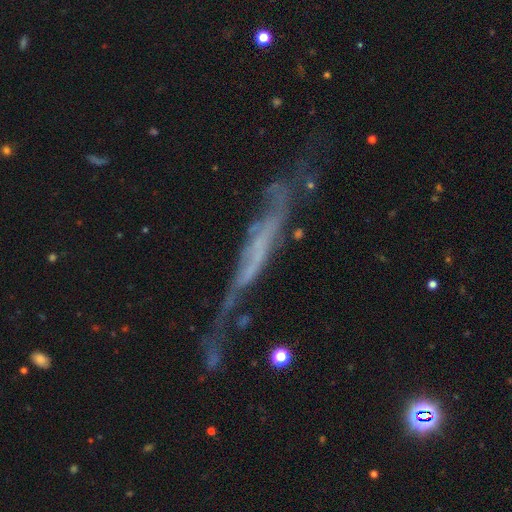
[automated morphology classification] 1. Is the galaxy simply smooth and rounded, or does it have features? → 71% featured or disk, 17% smooth, 12% star or artifact.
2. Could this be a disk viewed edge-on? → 61% yes, 39% no.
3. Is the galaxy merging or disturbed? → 49% none, 23% major disturbance, 22% minor disturbance, 6% merger.